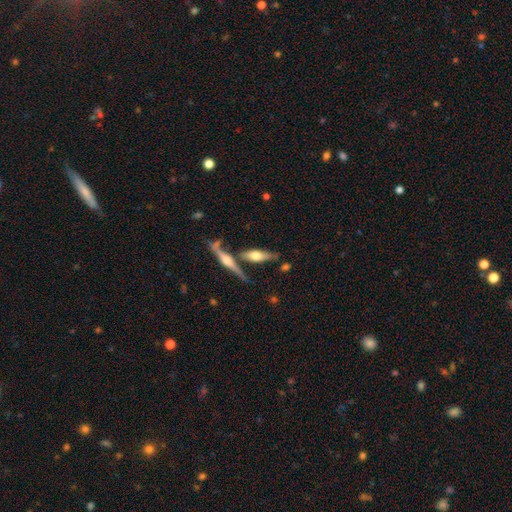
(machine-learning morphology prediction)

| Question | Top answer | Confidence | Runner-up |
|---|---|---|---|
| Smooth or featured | featured or disk | 59% | smooth (34%) |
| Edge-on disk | yes | 93% | no (7%) |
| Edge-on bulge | rounded | 88% | boxy (9%) |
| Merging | none | 60% | merger (22%) |